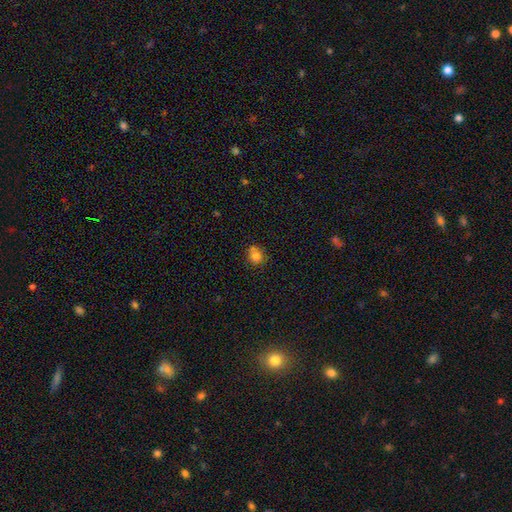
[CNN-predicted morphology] This appears to be a smooth galaxy with no disk features (78%) that is round (77%). Merging: none (59%).